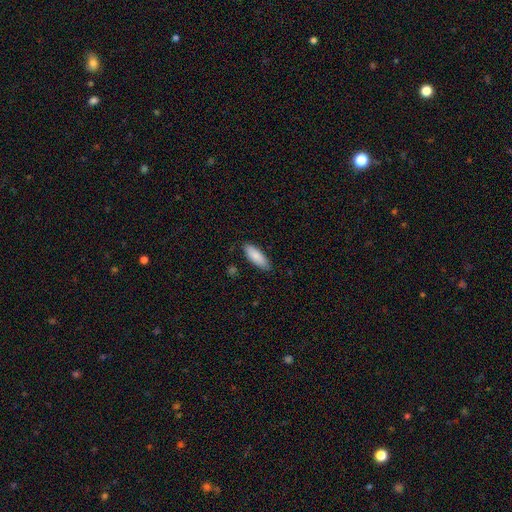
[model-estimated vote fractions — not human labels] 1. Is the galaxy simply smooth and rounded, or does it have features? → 87% smooth, 8% featured or disk, 6% star or artifact.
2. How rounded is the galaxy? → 67% in between, 32% cigar-shaped, 1% round.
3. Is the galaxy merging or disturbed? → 85% none, 12% minor disturbance, 2% major disturbance, 1% merger.